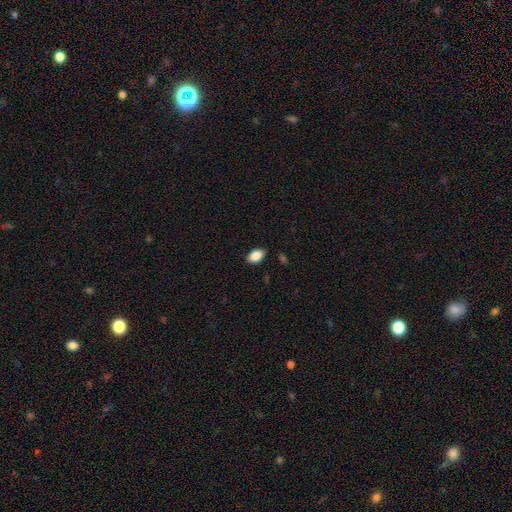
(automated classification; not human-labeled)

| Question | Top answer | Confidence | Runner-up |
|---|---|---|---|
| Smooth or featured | smooth | 88% | star or artifact (8%) |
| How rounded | in between | 87% | round (12%) |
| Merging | none | 87% | minor disturbance (10%) |